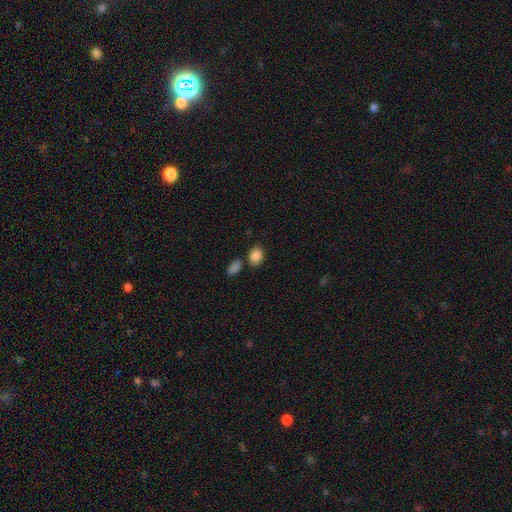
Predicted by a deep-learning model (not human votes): Smooth or featured? smooth (87%)
How rounded? in between (72%)
Merging? none (73%)